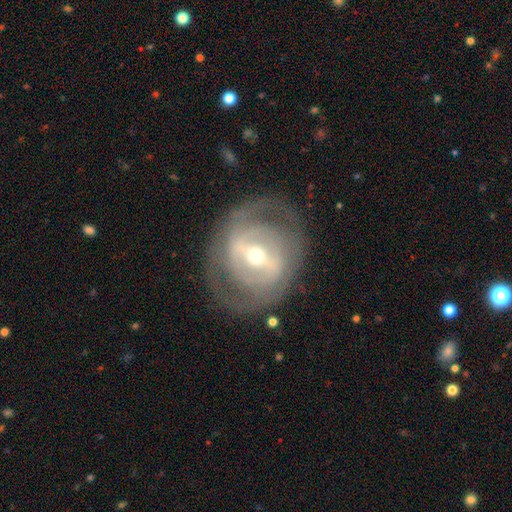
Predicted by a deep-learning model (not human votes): A featured or disk galaxy (81%) with a strong bar (52%), 2 (53%) tight (53%) spiral arms (66%) and a moderate central bulge (48%). Merging: none (76%).